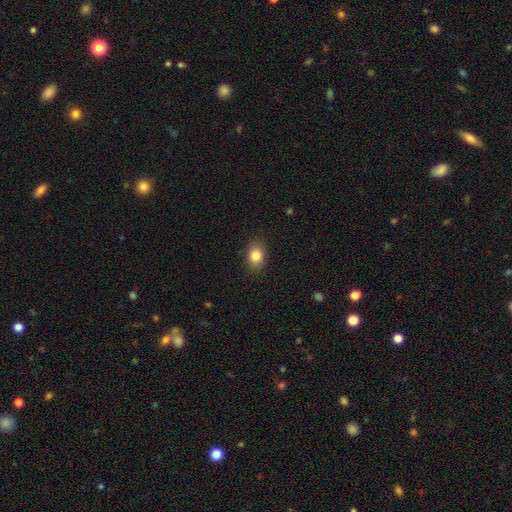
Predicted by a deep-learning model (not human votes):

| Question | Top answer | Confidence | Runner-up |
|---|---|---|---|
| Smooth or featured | smooth | 83% | star or artifact (9%) |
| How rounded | in between | 70% | round (28%) |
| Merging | none | 86% | minor disturbance (11%) |